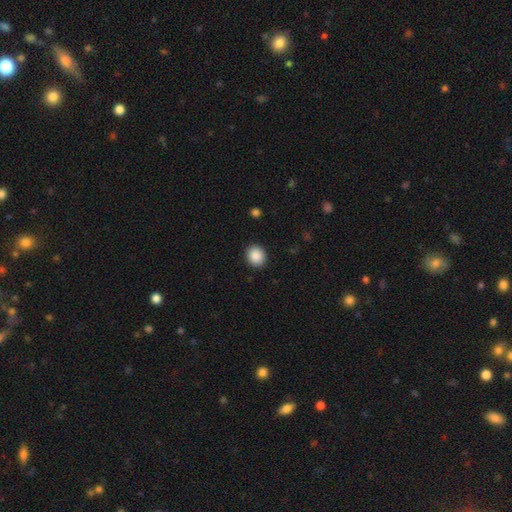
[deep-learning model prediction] A smooth galaxy with no disk features (89%) that is round (75%).

Vote fractions:
- Smooth or featured? smooth: 89% / star or artifact: 8% / featured or disk: 3%
- How rounded? round: 75% / in between: 24% / cigar-shaped: 1%
- Merging? none: 90% / minor disturbance: 7% / major disturbance: 2% / merger: 1%